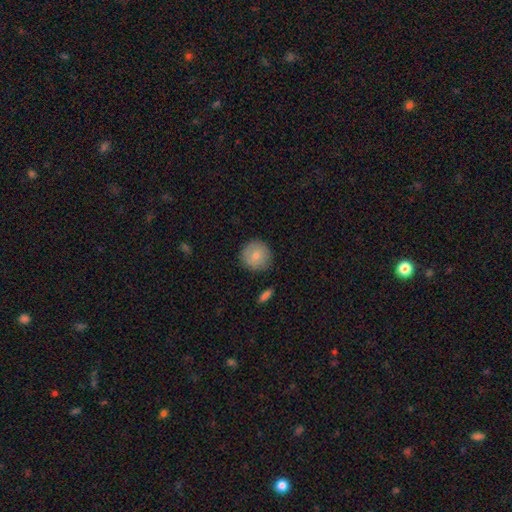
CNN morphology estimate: A smooth galaxy with no disk features (80%) that is round (93%). Merging: none (84%).